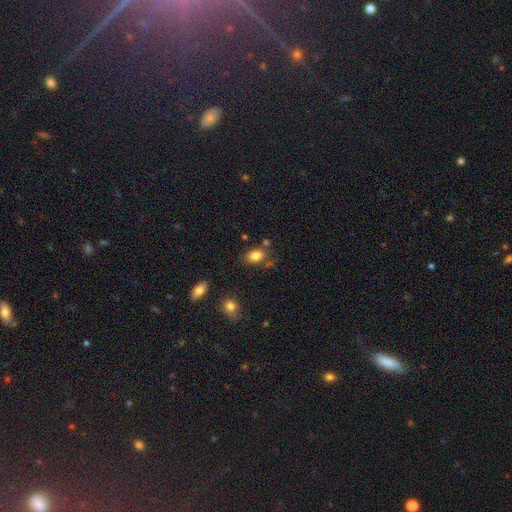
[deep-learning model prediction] This appears to be a smooth galaxy with no disk features (83%) that is in between round and cigar-shaped (79%). Merging: none (70%).